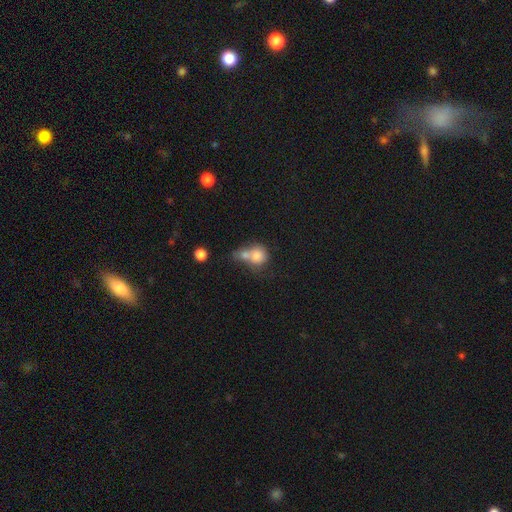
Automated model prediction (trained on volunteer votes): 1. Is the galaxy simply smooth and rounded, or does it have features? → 76% smooth, 14% featured or disk, 9% star or artifact.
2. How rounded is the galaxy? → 76% round, 23% in between, 1% cigar-shaped.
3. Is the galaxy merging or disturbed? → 60% merger, 24% none, 9% minor disturbance, 6% major disturbance.